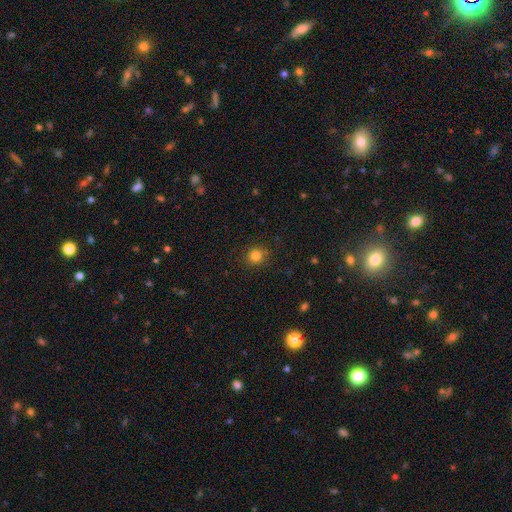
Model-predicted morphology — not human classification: smooth 83%, star or artifact 13%, featured or disk 5%. Down the decision tree: how rounded — round (87%); merging — none (88%).